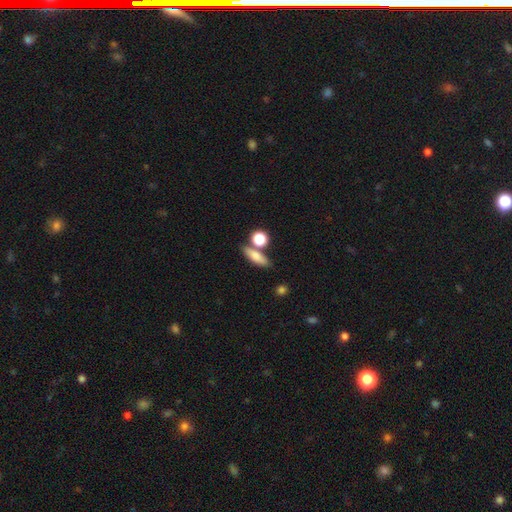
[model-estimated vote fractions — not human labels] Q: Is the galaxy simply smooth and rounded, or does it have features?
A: smooth — 74%.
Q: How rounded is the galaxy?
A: in between — 46%.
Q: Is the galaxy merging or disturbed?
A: none — 66%.